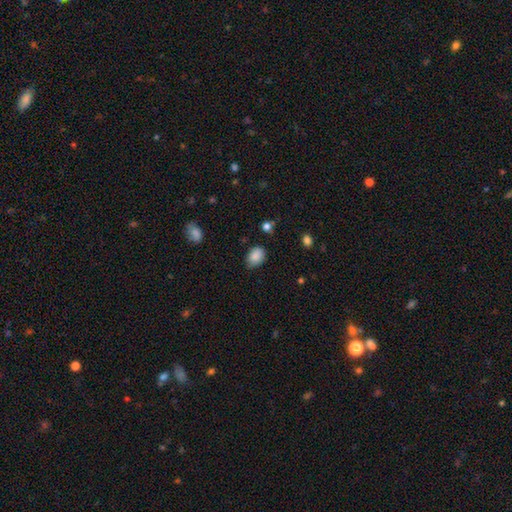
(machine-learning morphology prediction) smooth-or-featured: smooth: 87% | star or artifact: 8% | featured or disk: 5%
  how-rounded: in between: 74% | round: 25% | cigar-shaped: 1%
  merging: none: 74% | minor disturbance: 20% | major disturbance: 4% | merger: 2%